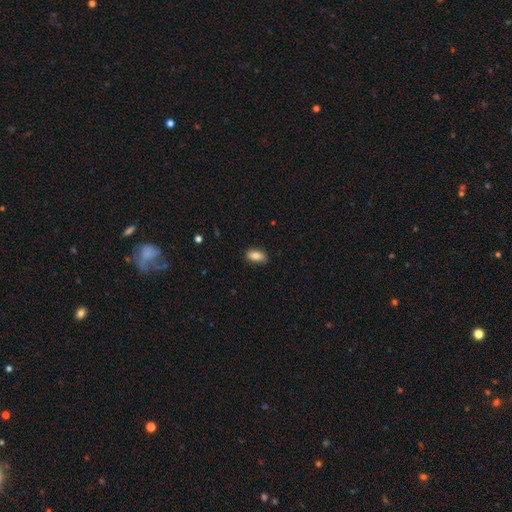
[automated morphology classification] A smooth galaxy with no disk features (84%) that is in between round and cigar-shaped (90%).

Vote fractions:
- Smooth or featured? smooth: 84% / featured or disk: 9% / star or artifact: 7%
- How rounded? in between: 90% / cigar-shaped: 6% / round: 4%
- Merging? none: 81% / minor disturbance: 15% / major disturbance: 2% / merger: 1%